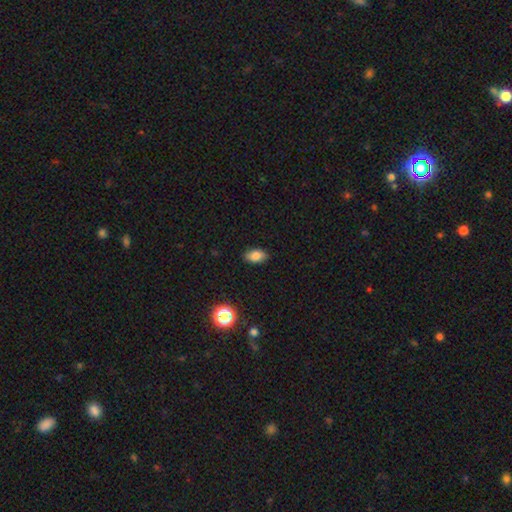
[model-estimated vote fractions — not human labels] Smooth or featured? smooth (81%)
How rounded? in between (90%)
Merging? none (87%)